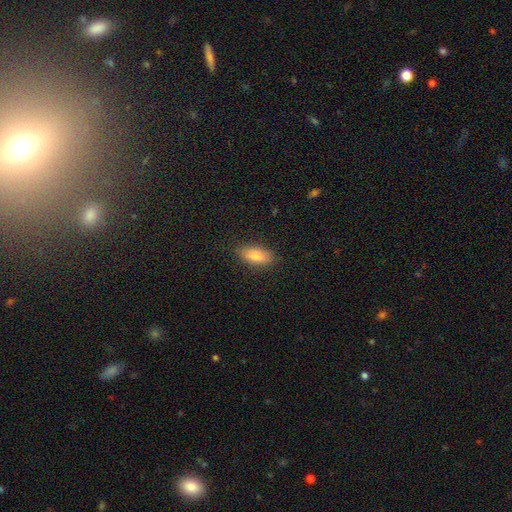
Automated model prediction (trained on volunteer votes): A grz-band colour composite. It shows a smooth galaxy with no disk features (82%) that is in between round and cigar-shaped (84%). Merging: none (86%).